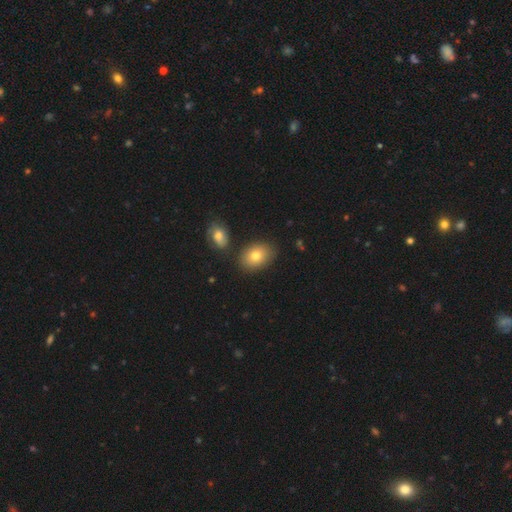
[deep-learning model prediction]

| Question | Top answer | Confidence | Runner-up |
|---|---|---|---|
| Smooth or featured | smooth | 77% | featured or disk (14%) |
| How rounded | in between | 77% | round (22%) |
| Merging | none | 79% | minor disturbance (11%) |